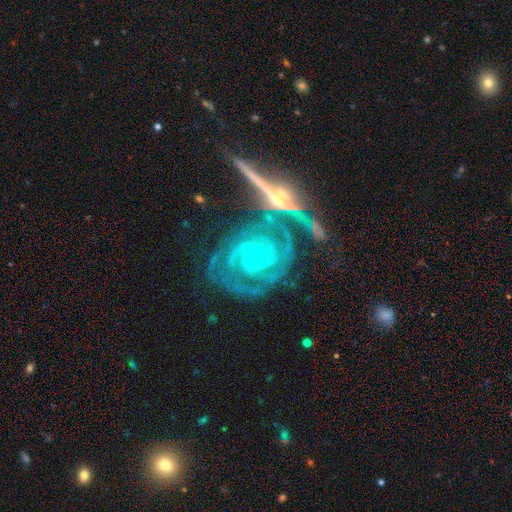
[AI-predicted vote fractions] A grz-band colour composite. It shows a featured or disk galaxy (91%) with no bar (73%), 2 (55%) tight (78%) spiral arms (98%) and a small central bulge (80%). Merging: none (61%).